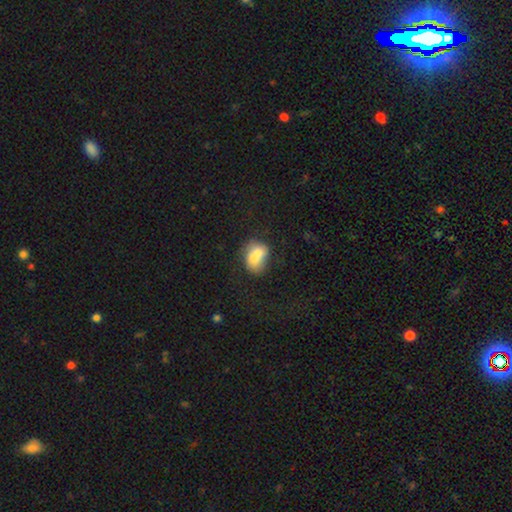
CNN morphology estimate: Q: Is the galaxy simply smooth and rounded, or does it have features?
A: smooth — 70%.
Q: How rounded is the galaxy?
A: in between — 66%.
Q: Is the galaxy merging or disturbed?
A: merger — 53%.